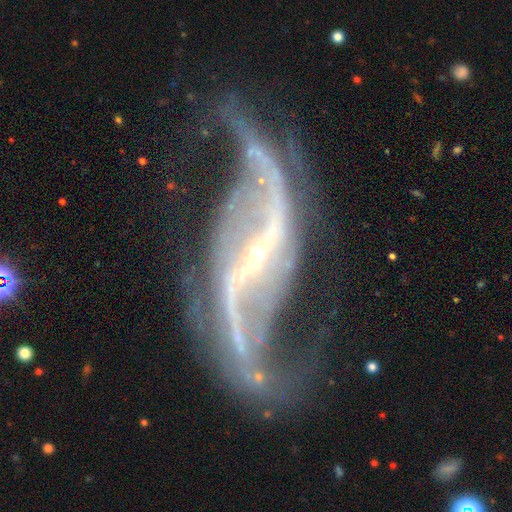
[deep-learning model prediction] Smooth or featured?
  - featured or disk: 92% *
  - star or artifact: 6%
  - smooth: 2%
Edge-on disk?
  - no: 94% *
  - yes: 6%
Bar?
  - strong: 64% *
  - weak: 23%
  - no: 13%
Spiral arms?
  - yes: 97% *
  - no: 3%
Spiral winding?
  - loose: 80% *
  - medium: 14%
  - tight: 6%
Spiral arm count?
  - 2: 92% *
  - can't tell: 2%
  - 3: 2%
  - 1: 2%
  - 4: 1%
  - more than 4: 1%
Bulge size?
  - small: 85% *
  - moderate: 9%
  - none: 3%
  - large: 1%
  - dominant: 1%
Merging?
  - none: 59% *
  - minor disturbance: 18%
  - major disturbance: 18%
  - merger: 5%